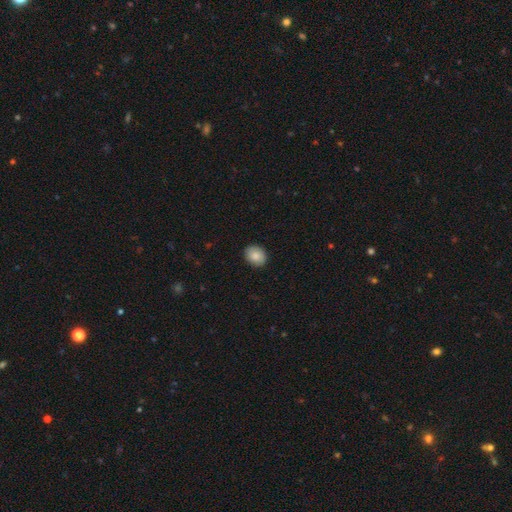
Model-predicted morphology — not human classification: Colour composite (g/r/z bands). It shows a smooth galaxy with no disk features (86%) that is round (51%). Merging: none (90%).